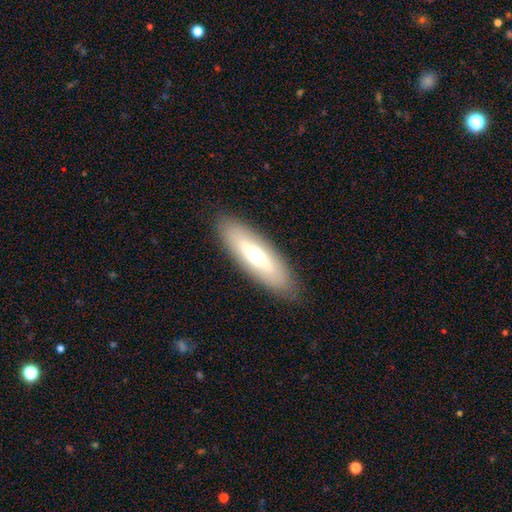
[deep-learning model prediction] Smooth or featured: smooth — 53% (featured or disk — 40%)
How rounded: cigar-shaped — 49% (tied with in between — 49%)
Merging: none — 89% (minor disturbance — 8%)